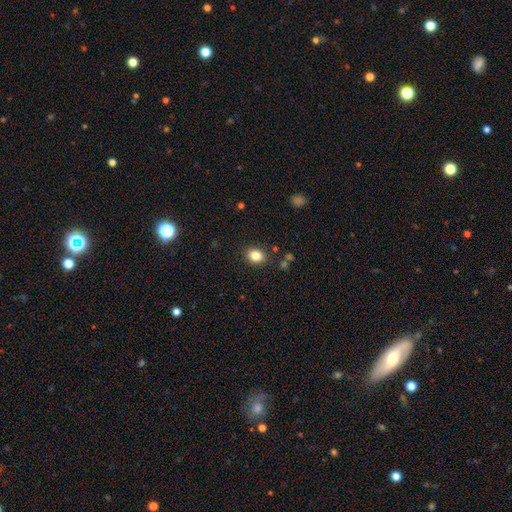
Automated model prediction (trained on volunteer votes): A smooth galaxy with no disk features (83%) that is in between round and cigar-shaped (52%).

Vote fractions:
- Smooth or featured? smooth: 83% / star or artifact: 10% / featured or disk: 6%
- How rounded? in between: 52% / round: 47% / cigar-shaped: 1%
- Merging? none: 87% / minor disturbance: 9% / major disturbance: 2% / merger: 2%